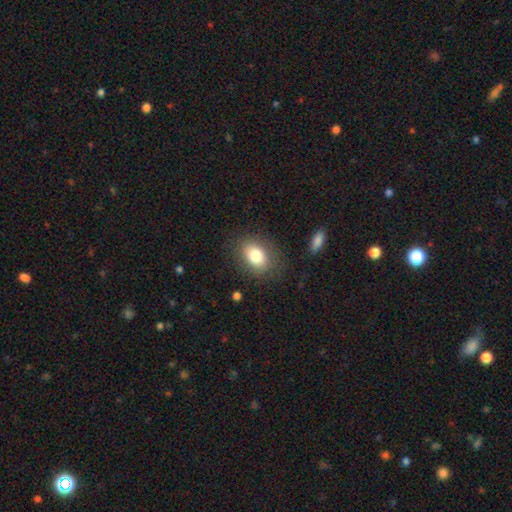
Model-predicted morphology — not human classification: This appears to be a smooth galaxy with no disk features (80%) that is in between round and cigar-shaped (71%). Merging: none (80%).